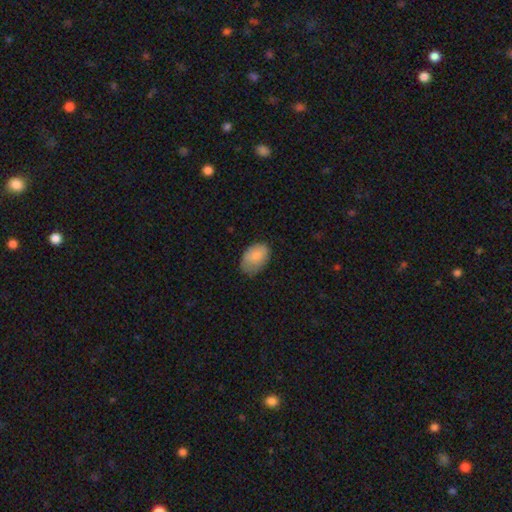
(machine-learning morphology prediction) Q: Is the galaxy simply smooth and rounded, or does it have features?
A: smooth — 82%.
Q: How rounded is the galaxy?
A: in between — 88%.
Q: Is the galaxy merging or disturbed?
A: none — 63%.